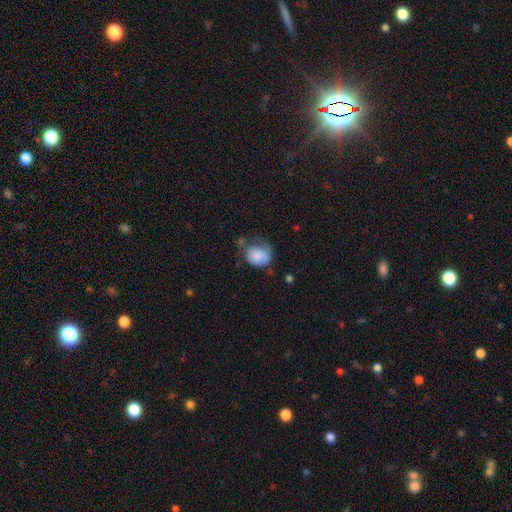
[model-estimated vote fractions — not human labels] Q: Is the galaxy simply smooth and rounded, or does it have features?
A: smooth — 71%.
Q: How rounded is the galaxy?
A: in between — 54%.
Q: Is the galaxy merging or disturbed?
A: major disturbance — 42%.